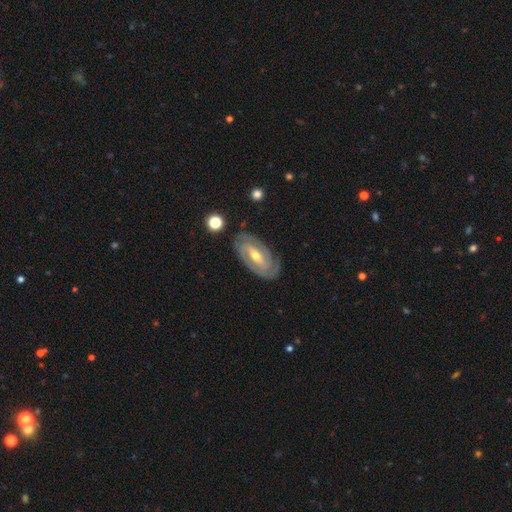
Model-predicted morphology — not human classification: type=featured or disk (86%); edge-on=no (94%); bar=weak (40%); spiral arms=yes (94%); winding=tight (71%); arm count=2 (70%); bulge=moderate (59%); merging=none (83%).